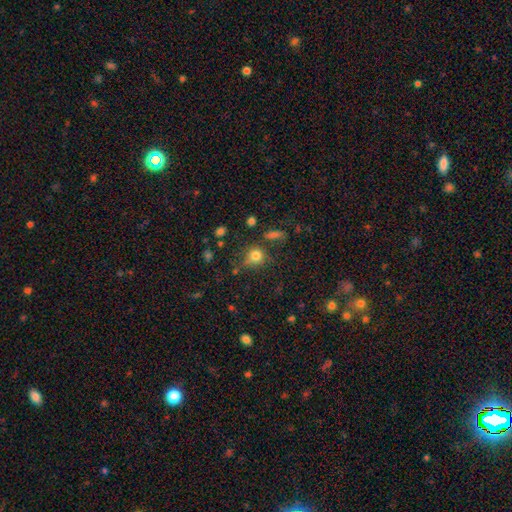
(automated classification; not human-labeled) Q: Smooth or featured?
A: smooth (79%); runner-up: star or artifact (14%)
Q: How rounded?
A: round (82%); runner-up: in between (16%)
Q: Merging?
A: none (66%); runner-up: minor disturbance (18%)